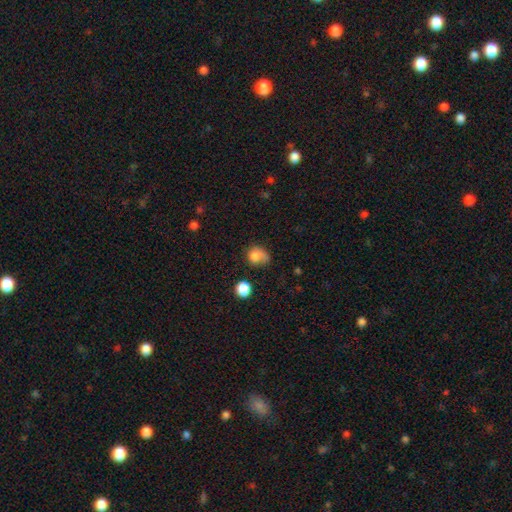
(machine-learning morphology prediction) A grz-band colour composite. It shows a smooth galaxy with no disk features (76%) that is round (61%). Merging: none (37%).